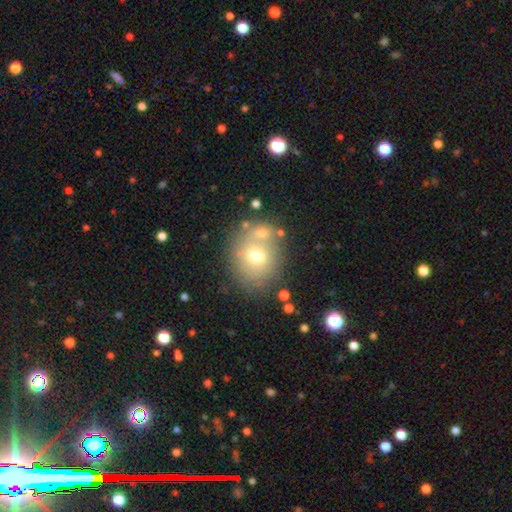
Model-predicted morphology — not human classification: Smooth or featured? smooth (62%)
How rounded? round (73%)
Merging? none (63%)